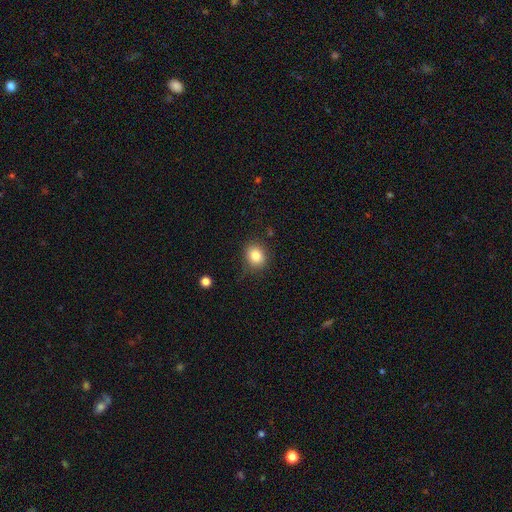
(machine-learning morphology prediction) A smooth galaxy with no disk features (81%) that is round (69%).

Vote fractions:
- Smooth or featured? smooth: 81% / star or artifact: 11% / featured or disk: 8%
- How rounded? round: 69% / in between: 30% / cigar-shaped: 1%
- Merging? none: 80% / minor disturbance: 14% / major disturbance: 4% / merger: 2%